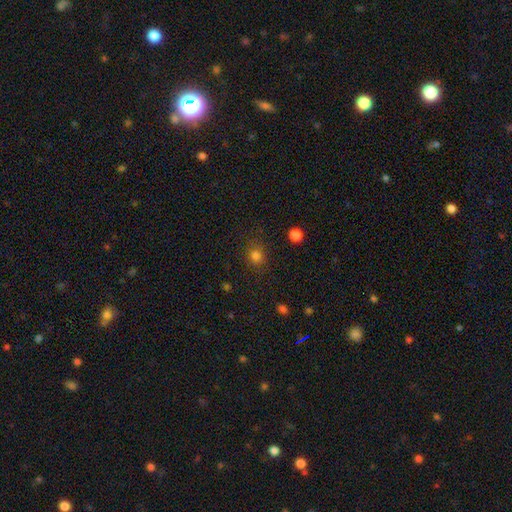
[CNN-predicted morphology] type=smooth (80%); roundness=round (79%); merging=none (81%).